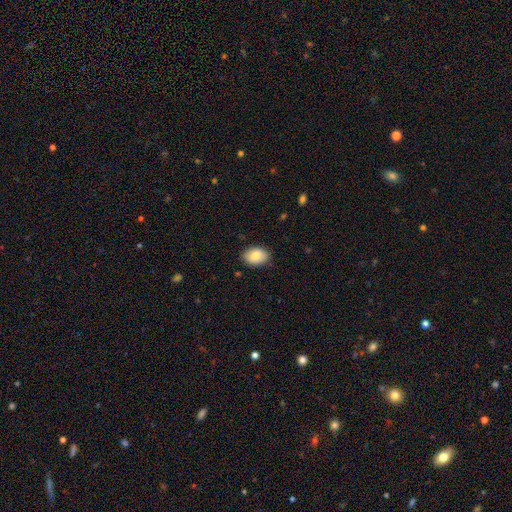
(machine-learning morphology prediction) Smooth or featured? Predicted: smooth (p=0.83). How rounded? Predicted: in between (p=0.81). Merging? Predicted: none (p=0.84).